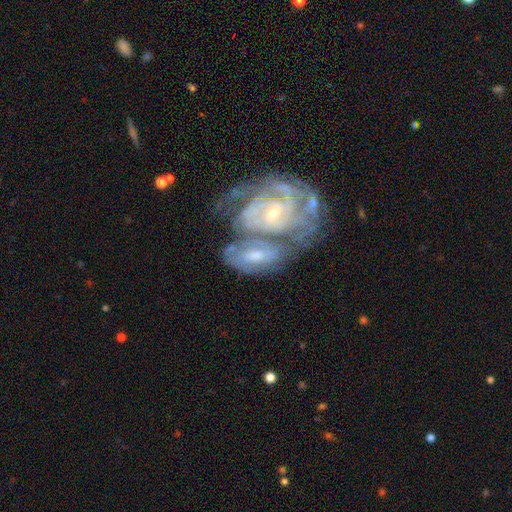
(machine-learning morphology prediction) Smooth or featured?
  - featured or disk: 73% *
  - smooth: 21%
  - star or artifact: 6%
Edge-on disk?
  - no: 95% *
  - yes: 5%
Bar?
  - no: 55% *
  - weak: 34%
  - strong: 12%
Spiral arms?
  - yes: 81% *
  - no: 19%
Spiral winding?
  - tight: 67% *
  - medium: 26%
  - loose: 7%
Spiral arm count?
  - can't tell: 50% *
  - 3: 18%
  - 2: 15%
  - 4: 8%
  - more than 4: 5%
  - 1: 5%
Bulge size?
  - small: 52% *
  - moderate: 42%
  - large: 3%
  - none: 2%
  - dominant: 1%
Merging?
  - merger: 58% *
  - none: 22%
  - minor disturbance: 12%
  - major disturbance: 8%